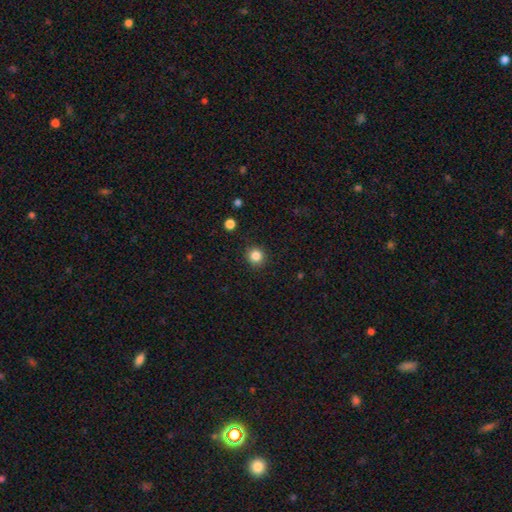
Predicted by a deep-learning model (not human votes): Smooth or featured? Predicted: smooth (p=0.84). How rounded? Predicted: round (p=0.92). Merging? Predicted: none (p=0.90).